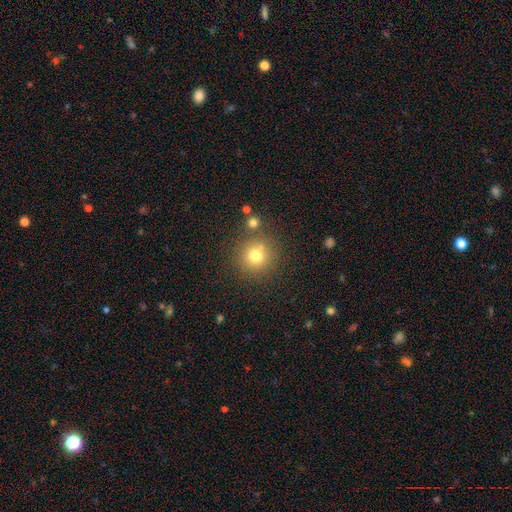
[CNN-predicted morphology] Q: Smooth or featured?
A: smooth (75%); runner-up: star or artifact (15%)
Q: How rounded?
A: round (94%); runner-up: in between (5%)
Q: Merging?
A: none (77%); runner-up: merger (11%)